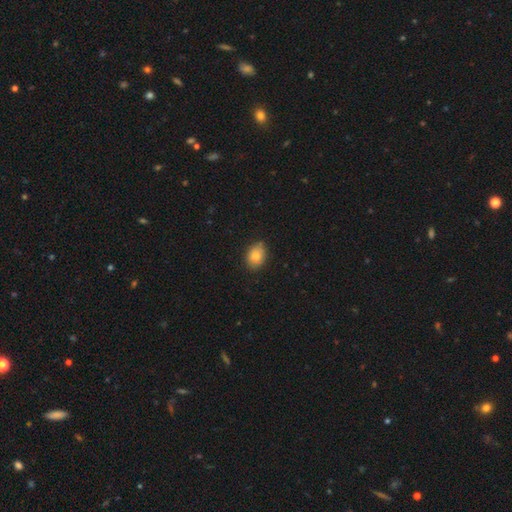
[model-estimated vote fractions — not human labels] The model was most divided on "how rounded": in between: 60%, round: 39%, cigar-shaped: 1%. More confident: smooth or featured — smooth (81%); merging — none (79%).